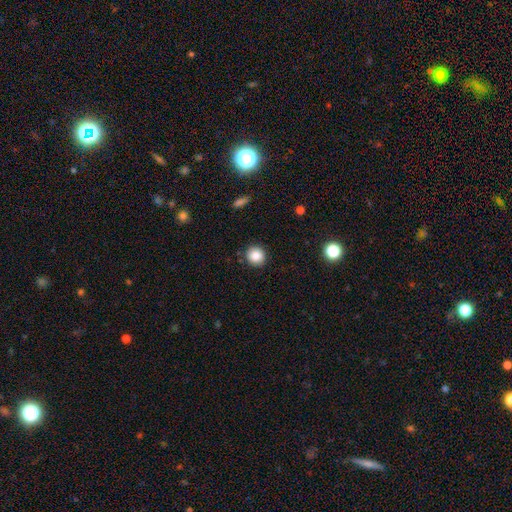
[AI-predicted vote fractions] Overall: smooth (86%). How rounded: round (89%). Merging: none (89%).